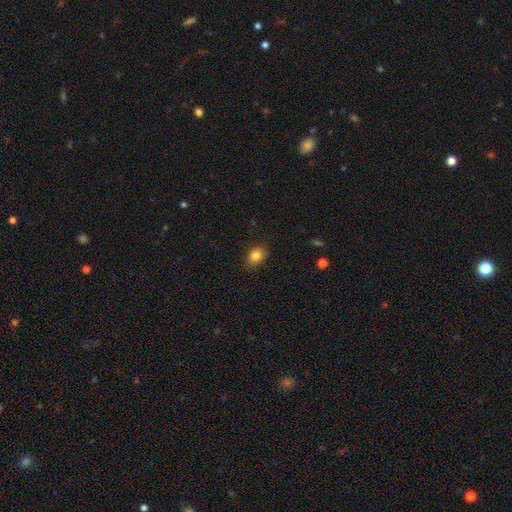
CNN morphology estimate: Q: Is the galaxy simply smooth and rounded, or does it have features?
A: smooth — 83%.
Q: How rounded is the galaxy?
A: in between — 61%.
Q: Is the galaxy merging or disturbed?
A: none — 86%.